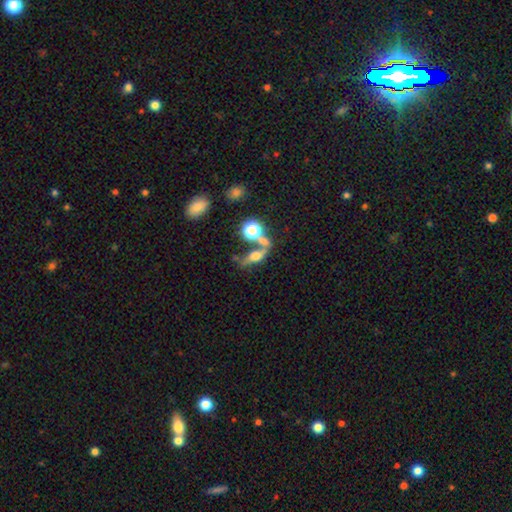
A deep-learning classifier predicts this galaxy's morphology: smooth-or-featured: featured or disk: 45% | smooth: 38% | star or artifact: 17%
  merging: none: 42% | merger: 34% | minor disturbance: 13% | major disturbance: 11%